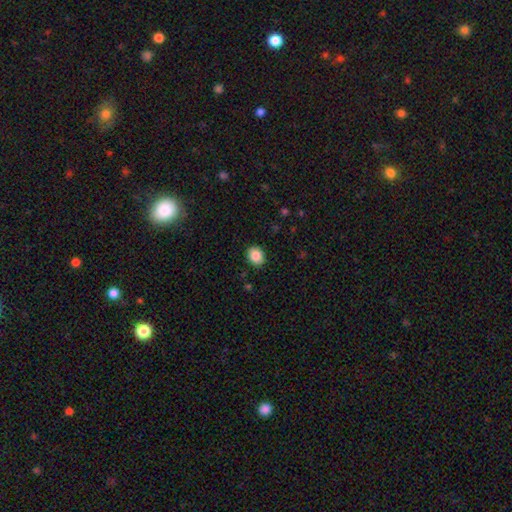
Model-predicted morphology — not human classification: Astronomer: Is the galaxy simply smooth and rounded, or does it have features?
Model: smooth — 86%.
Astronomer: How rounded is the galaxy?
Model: round — 55% (runner-up: in between, 44%).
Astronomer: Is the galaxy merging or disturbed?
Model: none — 90%.